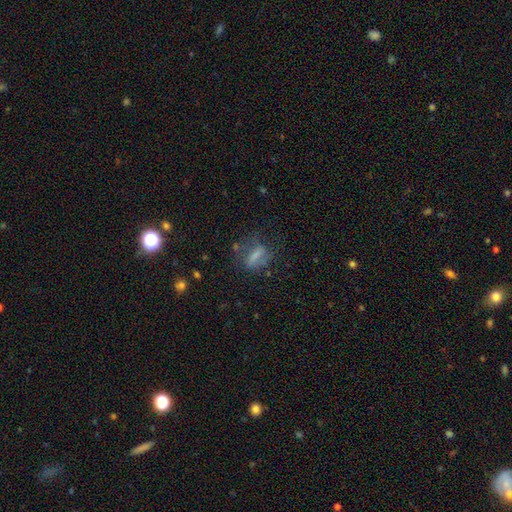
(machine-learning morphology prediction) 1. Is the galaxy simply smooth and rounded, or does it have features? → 56% smooth, 30% featured or disk, 14% star or artifact.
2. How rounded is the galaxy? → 57% in between, 30% cigar-shaped, 13% round.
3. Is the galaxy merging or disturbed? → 52% none, 22% minor disturbance, 22% major disturbance, 4% merger.